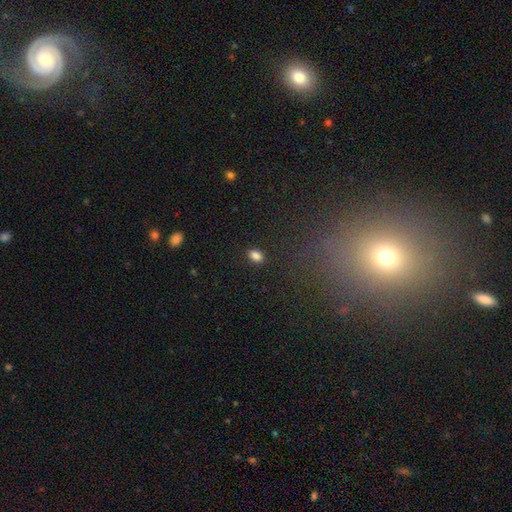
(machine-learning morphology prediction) Smooth or featured: smooth — 84% (star or artifact — 11%)
How rounded: in between — 82% (round — 17%)
Merging: none — 88% (minor disturbance — 8%)